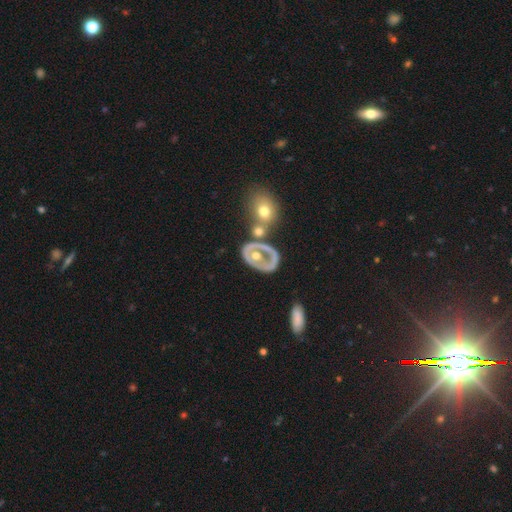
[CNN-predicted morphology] This is likely a featured or disk galaxy (66%). It is clearly not viewed edge-on (92%). Bar: clearly no (81%). Spiral arm pattern: clearly no (83%). Central bulge: likely moderate (73%). Merging: possibly none (54%).